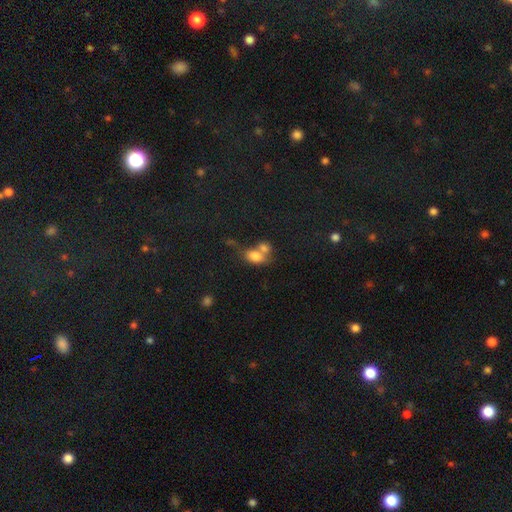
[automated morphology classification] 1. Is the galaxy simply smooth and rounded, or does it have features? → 76% smooth, 13% featured or disk, 11% star or artifact.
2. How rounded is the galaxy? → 77% in between, 21% round, 2% cigar-shaped.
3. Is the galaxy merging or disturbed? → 58% merger, 25% none, 10% minor disturbance, 7% major disturbance.